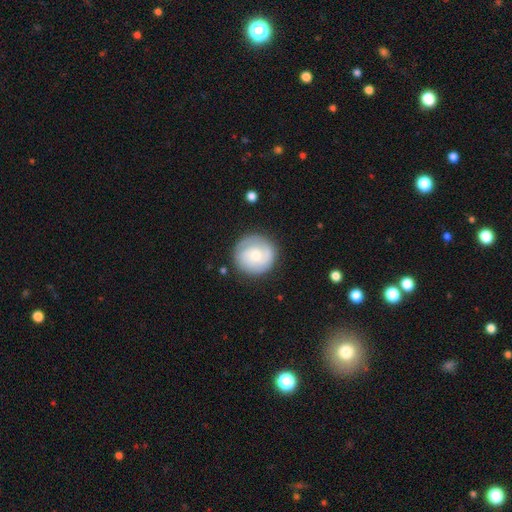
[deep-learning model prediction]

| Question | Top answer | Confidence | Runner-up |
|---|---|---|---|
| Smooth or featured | featured or disk | 55% | smooth (39%) |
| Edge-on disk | no | 98% | yes (2%) |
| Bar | no | 69% | weak (27%) |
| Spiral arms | yes | 83% | no (17%) |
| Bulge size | moderate | 51% | small (42%) |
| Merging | none | 82% | minor disturbance (12%) |